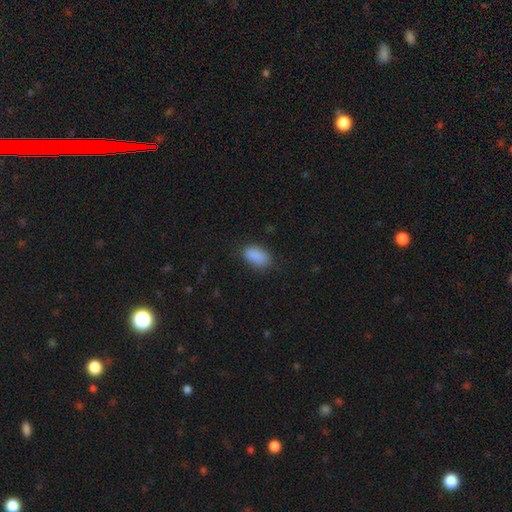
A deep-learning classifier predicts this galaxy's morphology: Smooth or featured? Predicted: smooth (p=0.88). How rounded? Predicted: in between (p=0.91). Merging? Predicted: none (p=0.77).